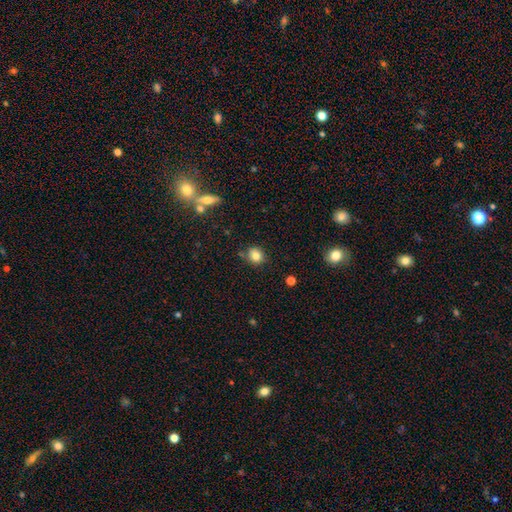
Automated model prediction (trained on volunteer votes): A smooth galaxy with no disk features (81%) that is round (74%).

Vote fractions:
- Smooth or featured? smooth: 81% / star or artifact: 11% / featured or disk: 8%
- How rounded? round: 74% / in between: 25% / cigar-shaped: 1%
- Merging? none: 76% / minor disturbance: 16% / merger: 4% / major disturbance: 3%